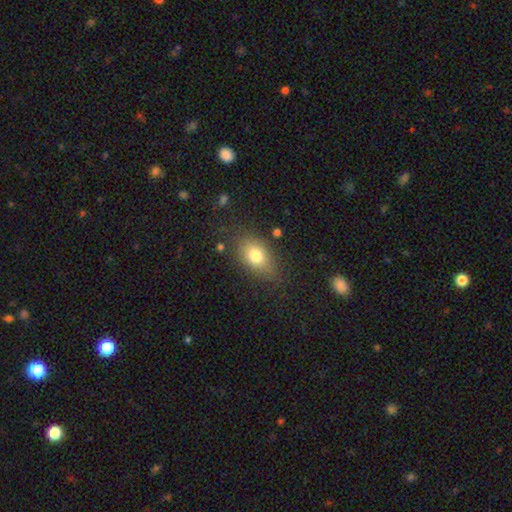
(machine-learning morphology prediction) type=smooth (77%); roundness=in between (80%); merging=none (75%).